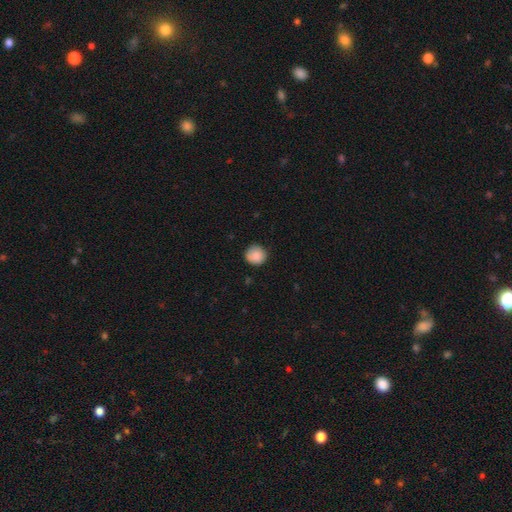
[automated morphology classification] This is clearly a smooth galaxy (86%). How rounded: clearly round (93%). Merging: clearly none (84%).